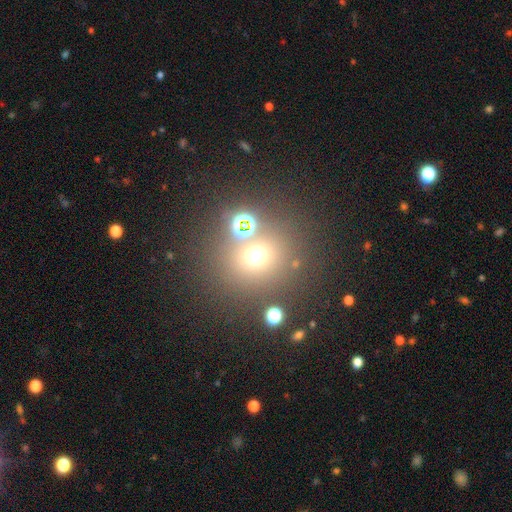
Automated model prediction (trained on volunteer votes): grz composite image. It shows a smooth galaxy with no disk features (60%) that is round (86%). Merging: none (73%).